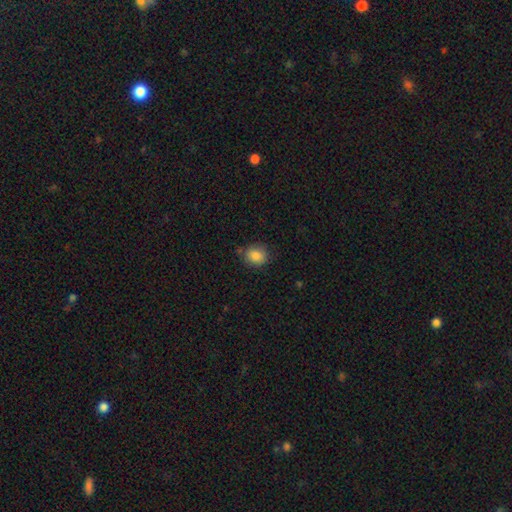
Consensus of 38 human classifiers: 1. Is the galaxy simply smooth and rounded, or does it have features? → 92% smooth, 5% featured or disk, 3% star or artifact.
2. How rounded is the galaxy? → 77% round, 23% in between, 0% cigar-shaped.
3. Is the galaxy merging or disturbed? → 68% none, 16% minor disturbance, 11% merger, 5% major disturbance.